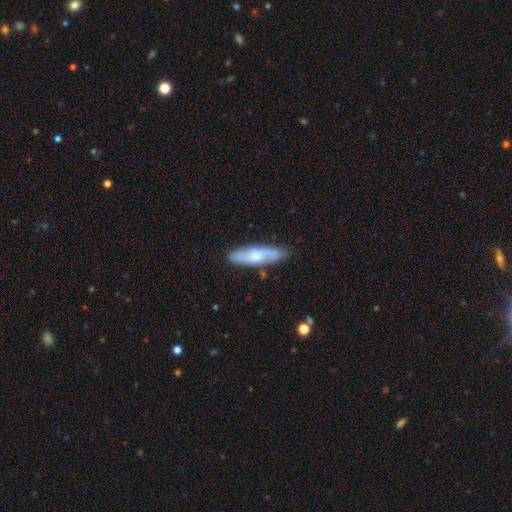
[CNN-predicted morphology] A smooth galaxy with no disk features (49%). Merging: none (83%).